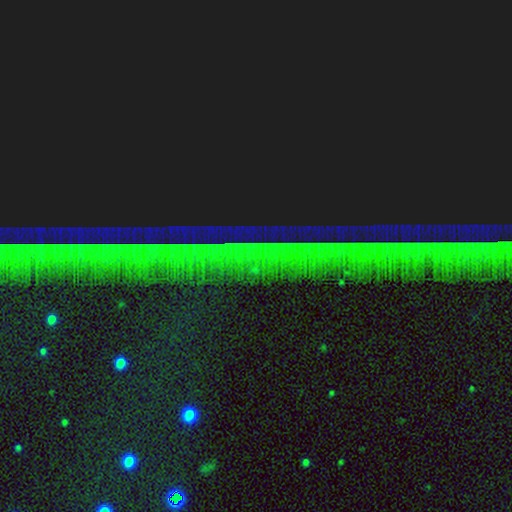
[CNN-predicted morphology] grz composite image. It shows a star or artifact, not a galaxy (88%).